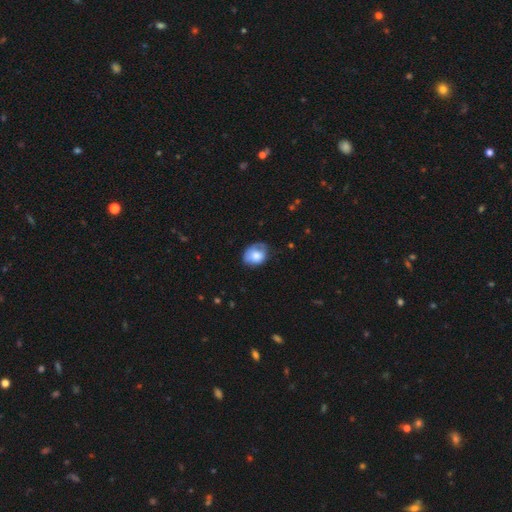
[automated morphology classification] A smooth galaxy with no disk features (72%) that is in between round and cigar-shaped (57%). Merging: none (47%).